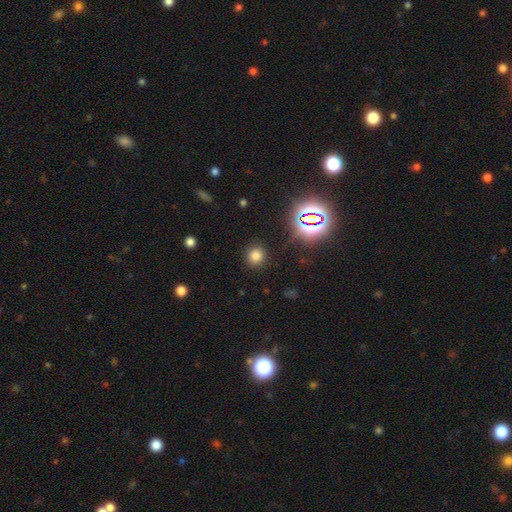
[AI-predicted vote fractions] smooth-or-featured: smooth: 74% | star or artifact: 21% | featured or disk: 5%
  how-rounded: round: 85% | in between: 13% | cigar-shaped: 1%
  merging: none: 88% | minor disturbance: 7% | major disturbance: 3% | merger: 2%